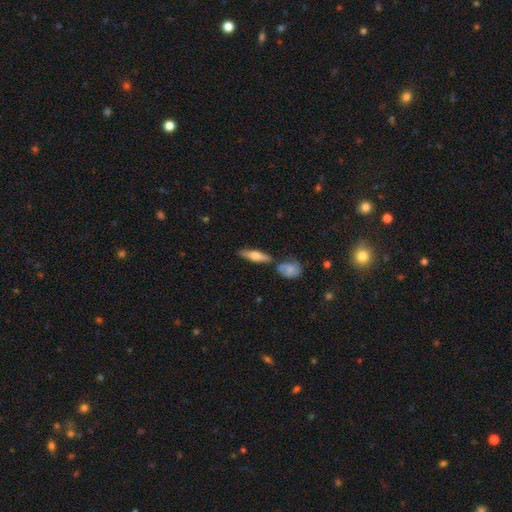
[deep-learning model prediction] smooth-or-featured: smooth: 49% | featured or disk: 45% | star or artifact: 6%
  merging: none: 76% | minor disturbance: 12% | merger: 9% | major disturbance: 3%